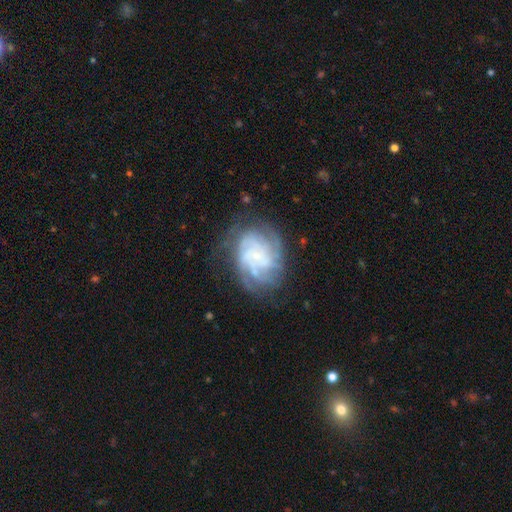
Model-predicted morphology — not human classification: Smooth or featured? featured or disk (77%)
Edge-on disk? no (98%)
Bar? no (68%)
Spiral arms? yes (93%)
Spiral winding? tight (60%)
Spiral arm count? can't tell (36%)
Bulge size? small (62%)
Merging? none (67%)